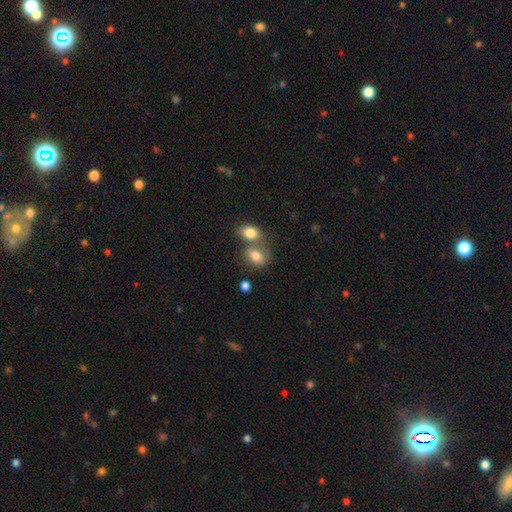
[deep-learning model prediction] This appears to be a smooth galaxy with no disk features (80%) that is in between round and cigar-shaped (73%). Merging: merger (48%).